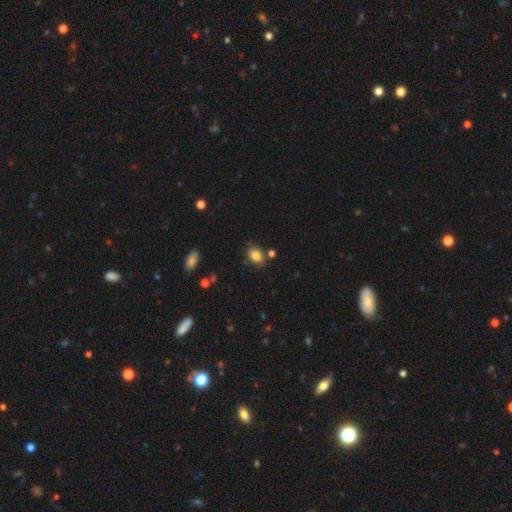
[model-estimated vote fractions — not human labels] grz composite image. It shows a smooth galaxy with no disk features (84%) that is in between round and cigar-shaped (70%). Merging: none (75%).